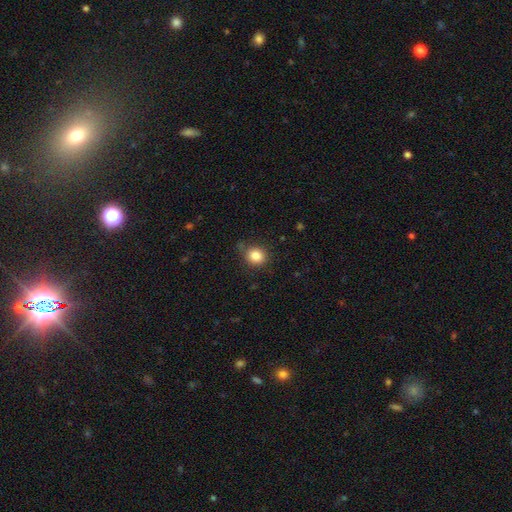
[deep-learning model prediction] This appears to be a smooth galaxy with no disk features (84%) that is round (77%). Merging: none (79%).